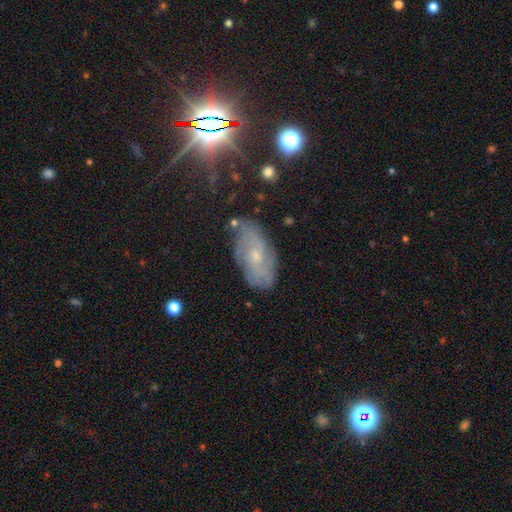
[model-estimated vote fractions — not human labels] Overall: featured or disk (67%). Edge-on disk: no (93%). Bar: no (64%; weak 30%). Spiral arms: yes (87%). Spiral arm count: can't tell (46%; 2 25%). Spiral winding: tight (48%; medium 36%). Bulge size: small (64%; moderate 30%). Merging: none (72%).